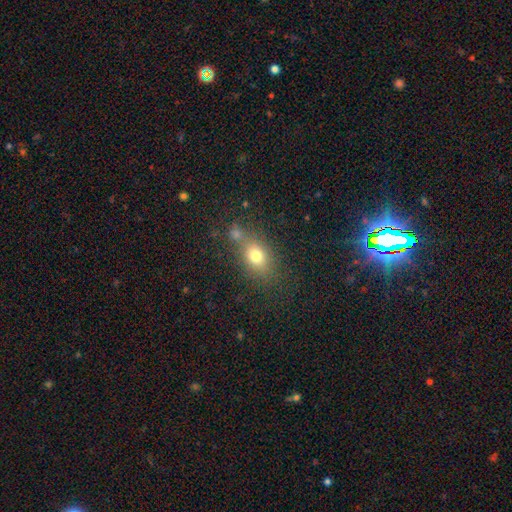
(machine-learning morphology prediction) Smooth or featured? Predicted: smooth (p=0.74). How rounded? Predicted: in between (p=0.64). Merging? Predicted: none (p=0.61).